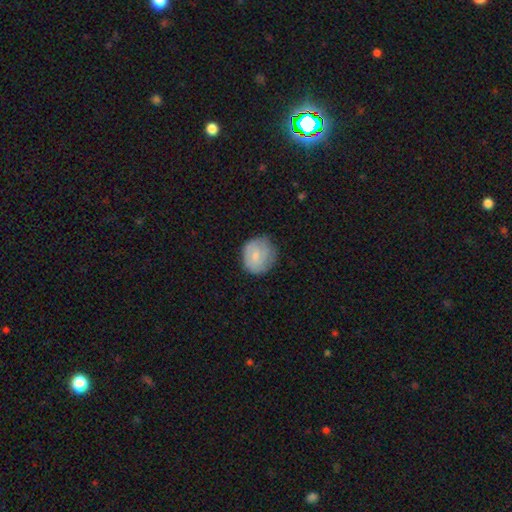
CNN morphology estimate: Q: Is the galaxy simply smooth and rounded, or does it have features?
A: smooth — 69%.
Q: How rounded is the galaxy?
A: round — 78%.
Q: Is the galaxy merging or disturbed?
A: none — 66%.